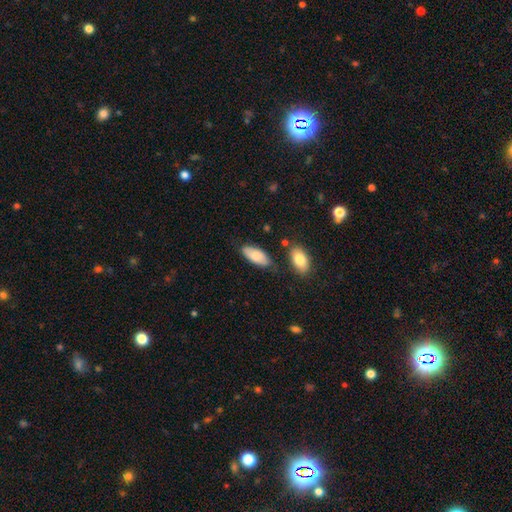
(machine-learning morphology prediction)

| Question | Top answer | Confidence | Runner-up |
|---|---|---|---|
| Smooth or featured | smooth | 81% | featured or disk (13%) |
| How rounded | in between | 87% | cigar-shaped (11%) |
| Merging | none | 72% | minor disturbance (18%) |